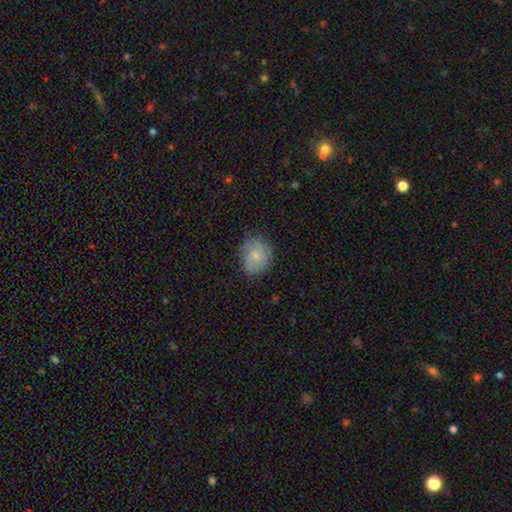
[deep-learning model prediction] This is likely a smooth galaxy (63%). How rounded: likely round (64%). Merging: likely none (71%).